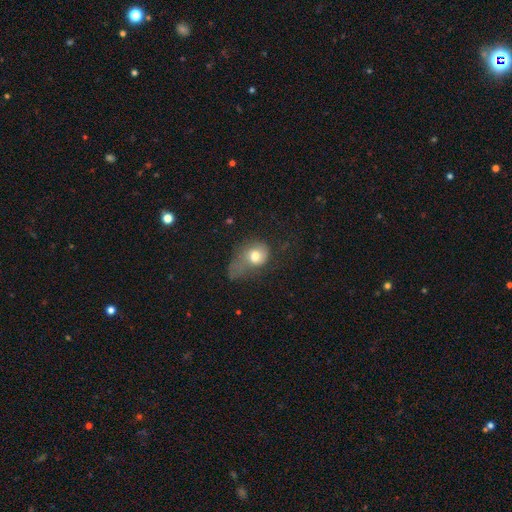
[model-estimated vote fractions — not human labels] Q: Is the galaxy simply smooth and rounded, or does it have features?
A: smooth — 67%.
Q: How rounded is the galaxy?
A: round — 53%.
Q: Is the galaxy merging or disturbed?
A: major disturbance — 55%.